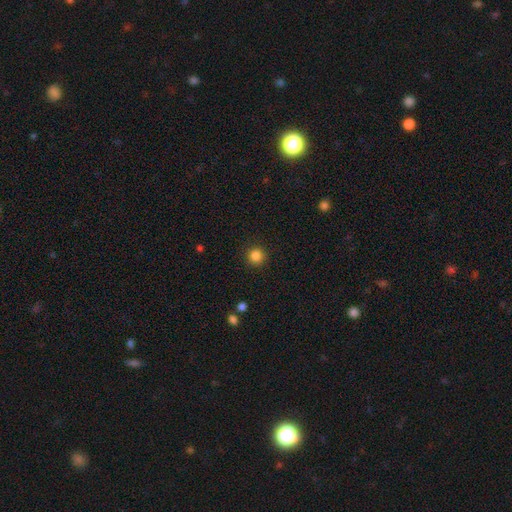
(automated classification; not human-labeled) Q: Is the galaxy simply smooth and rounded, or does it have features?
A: smooth — 85%.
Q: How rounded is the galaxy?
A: round — 94%.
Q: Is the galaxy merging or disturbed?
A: none — 91%.